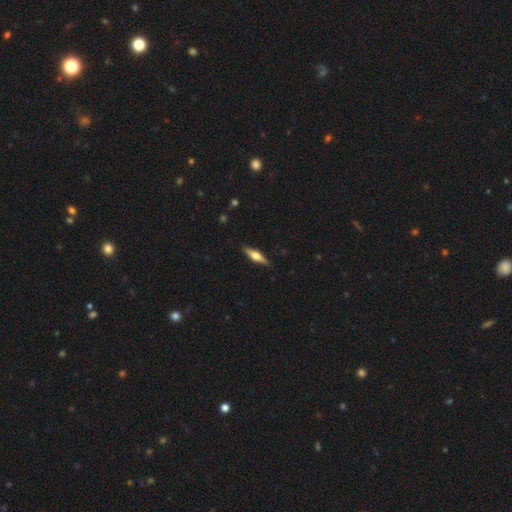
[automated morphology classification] Smooth or featured: featured or disk — 65% (smooth — 29%)
Edge-on disk: yes — 96% (no — 4%)
Edge-on bulge: rounded — 91% (boxy — 7%)
Merging: none — 89% (minor disturbance — 8%)